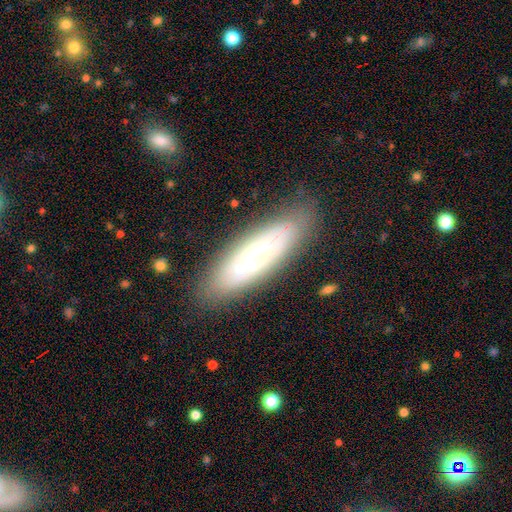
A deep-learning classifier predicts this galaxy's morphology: Overall: featured or disk (57%; smooth 35%). Edge-on disk: no (62%; yes 38%). Merging: none (83%).